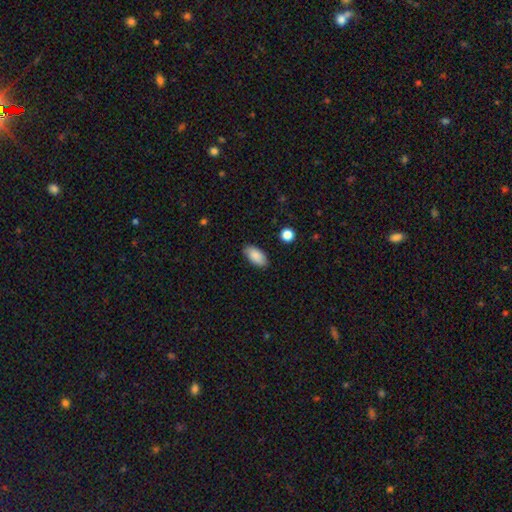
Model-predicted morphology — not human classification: type=smooth (89%); roundness=in between (93%); merging=none (87%).